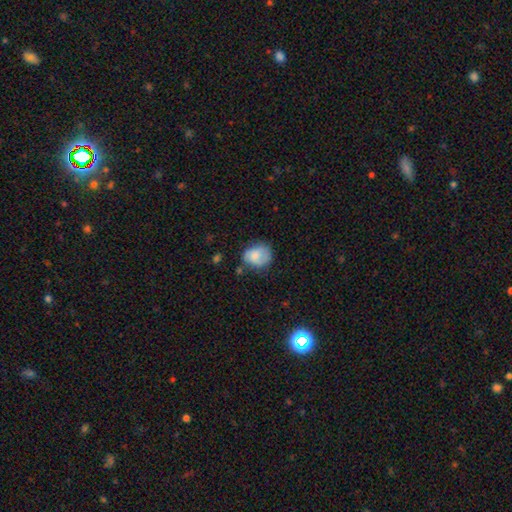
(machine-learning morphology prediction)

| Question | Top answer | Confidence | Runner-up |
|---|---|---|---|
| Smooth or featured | smooth | 74% | featured or disk (18%) |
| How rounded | round | 55% | in between (44%) |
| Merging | none | 53% | minor disturbance (32%) |